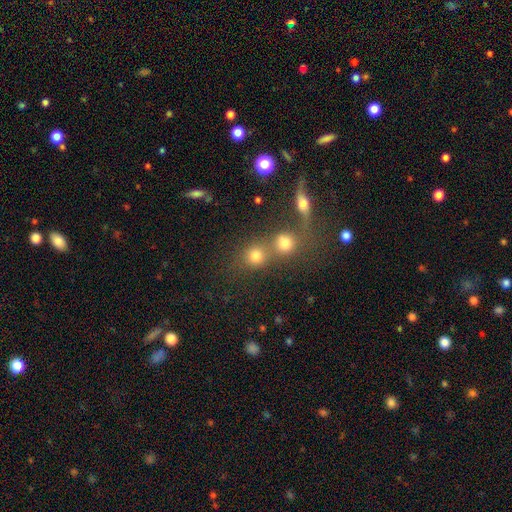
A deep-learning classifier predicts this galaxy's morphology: Q: Smooth or featured?
A: smooth (77%); runner-up: star or artifact (14%)
Q: How rounded?
A: round (83%); runner-up: in between (16%)
Q: Merging?
A: merger (47%); runner-up: none (41%)